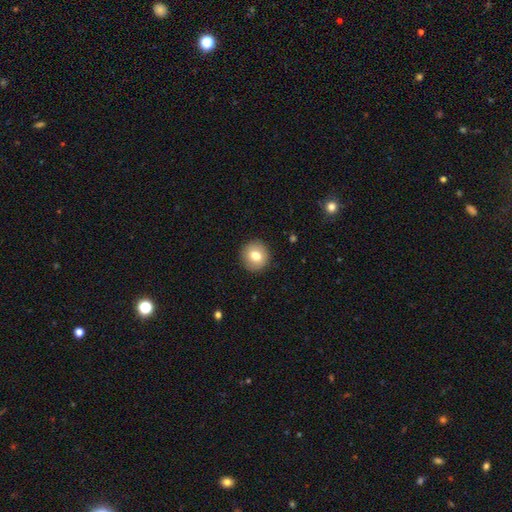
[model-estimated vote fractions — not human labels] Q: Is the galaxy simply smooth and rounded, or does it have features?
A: smooth — 76%.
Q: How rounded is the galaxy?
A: round — 93%.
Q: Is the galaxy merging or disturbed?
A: none — 92%.